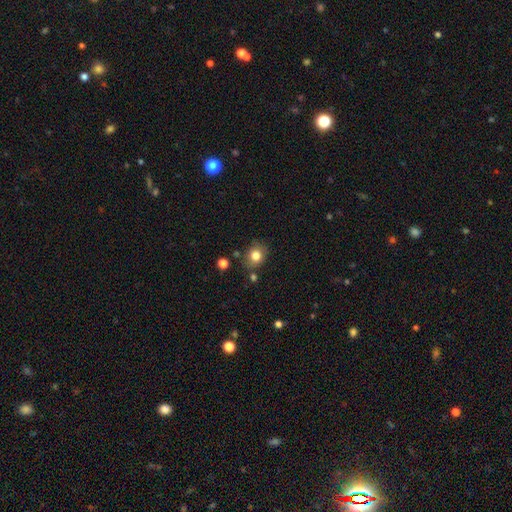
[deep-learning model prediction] Smooth or featured: smooth — 81% (star or artifact — 11%)
How rounded: round — 63% (in between — 36%)
Merging: none — 78% (minor disturbance — 14%)